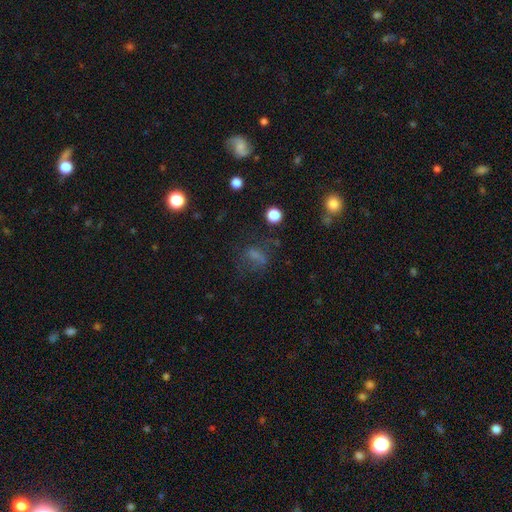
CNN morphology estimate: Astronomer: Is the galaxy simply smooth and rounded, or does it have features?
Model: smooth — 57%.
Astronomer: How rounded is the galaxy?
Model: in between — 58%.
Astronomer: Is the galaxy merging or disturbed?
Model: none — 50%.